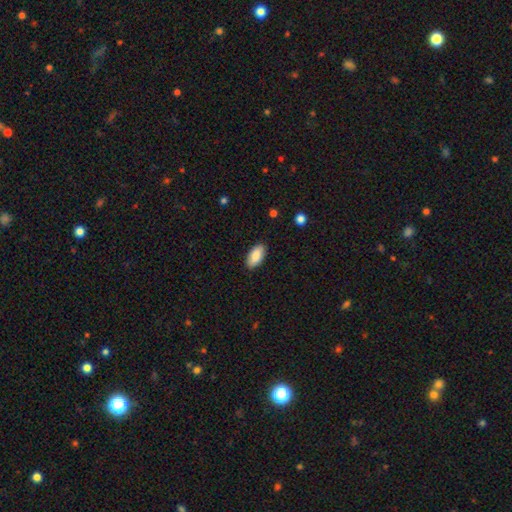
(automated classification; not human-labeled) The model was most divided on "smooth or featured": smooth: 85%, featured or disk: 9%, star or artifact: 6%. More confident: how rounded — in between (93%); merging — none (87%).